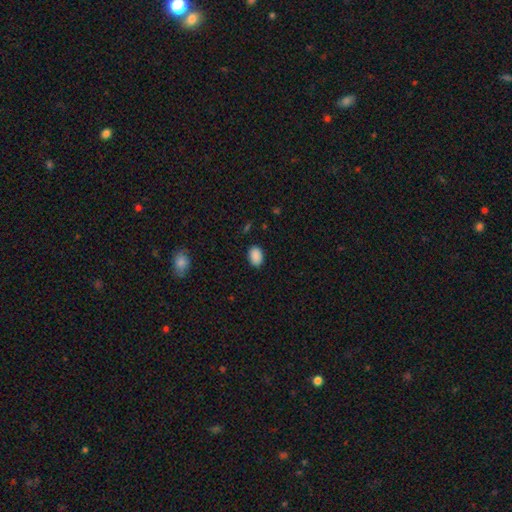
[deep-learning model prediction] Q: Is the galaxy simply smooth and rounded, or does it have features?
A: smooth — 89%.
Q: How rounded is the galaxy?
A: in between — 84%.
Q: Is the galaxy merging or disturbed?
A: none — 87%.